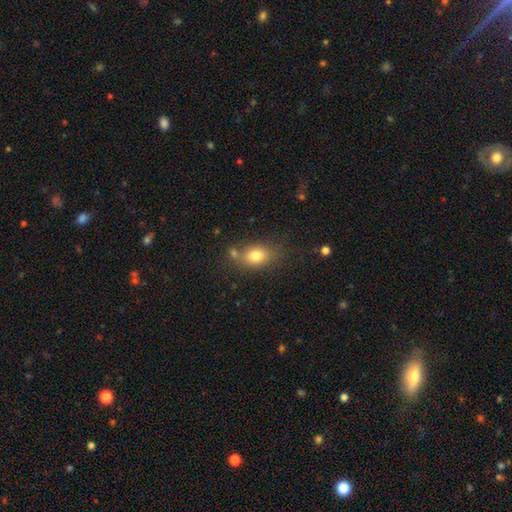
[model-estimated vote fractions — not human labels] smooth-or-featured: smooth: 79% | star or artifact: 11% | featured or disk: 10%
  how-rounded: in between: 67% | round: 31% | cigar-shaped: 2%
  merging: none: 66% | minor disturbance: 16% | merger: 13% | major disturbance: 5%